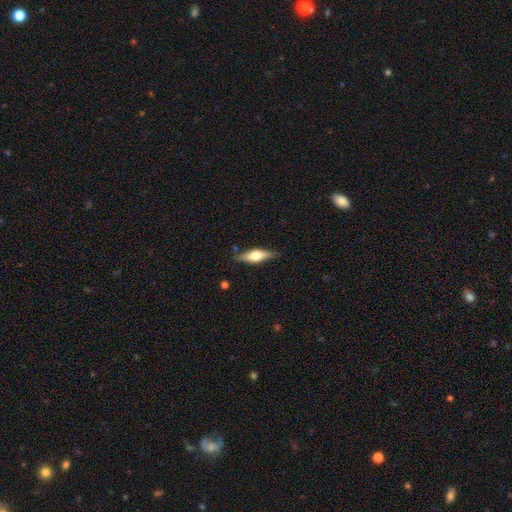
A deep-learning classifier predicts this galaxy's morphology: Overall: featured or disk (47%, tied with smooth). Merging: none (81%).